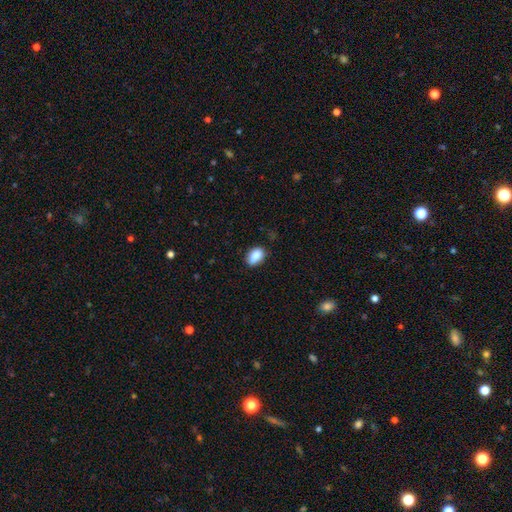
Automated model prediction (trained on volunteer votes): Smooth or featured? smooth (87%)
How rounded? in between (86%)
Merging? none (74%)